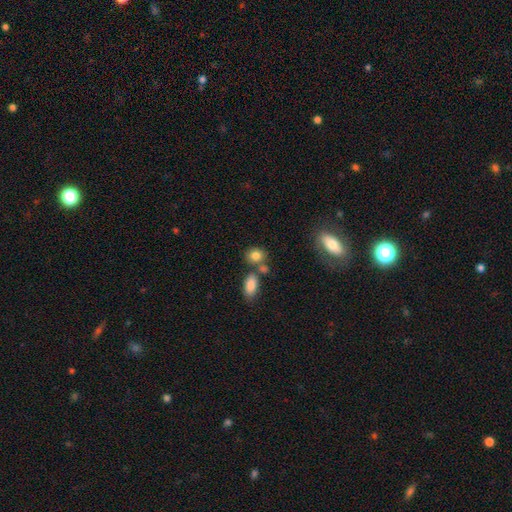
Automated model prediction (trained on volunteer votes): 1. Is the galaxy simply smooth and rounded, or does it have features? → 83% smooth, 9% star or artifact, 8% featured or disk.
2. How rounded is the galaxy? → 53% round, 45% in between, 2% cigar-shaped.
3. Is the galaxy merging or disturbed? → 59% none, 24% merger, 13% minor disturbance, 4% major disturbance.